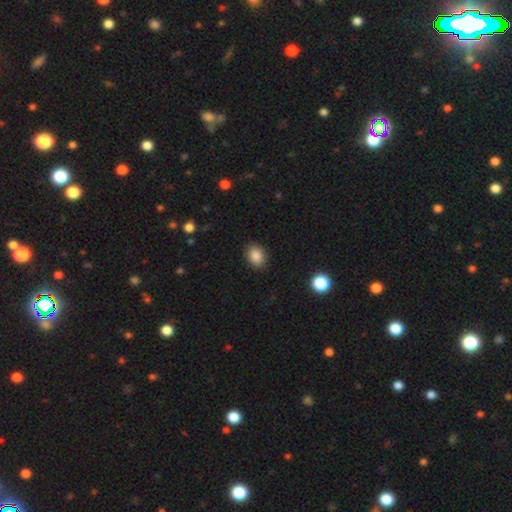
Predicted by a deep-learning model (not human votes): Overall: smooth (86%). How rounded: in between (60%; round 39%). Merging: none (88%).